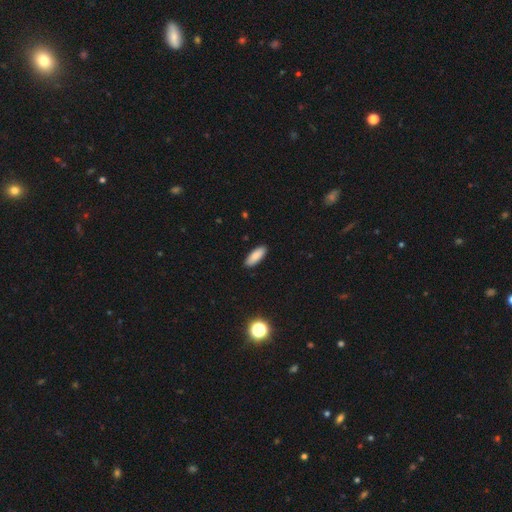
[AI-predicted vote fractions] Smooth or featured?
  - smooth: 87% *
  - star or artifact: 7%
  - featured or disk: 6%
How rounded?
  - in between: 71% *
  - cigar-shaped: 27%
  - round: 2%
Merging?
  - none: 90% *
  - minor disturbance: 7%
  - major disturbance: 2%
  - merger: 1%